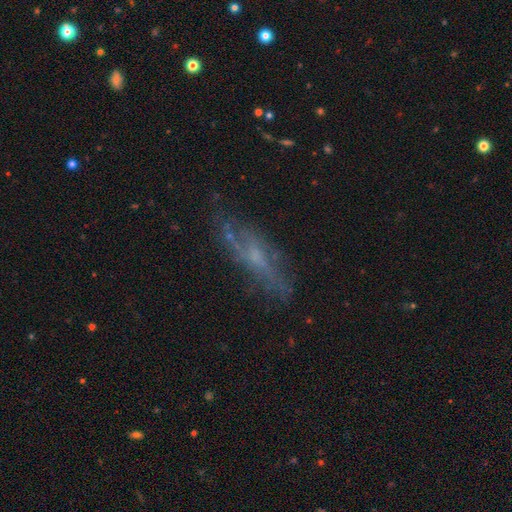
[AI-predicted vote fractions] The model was most divided on "edge-on disk": no: 54%, yes: 46%. More confident: merging — none (65%); smooth or featured — featured or disk (57%).